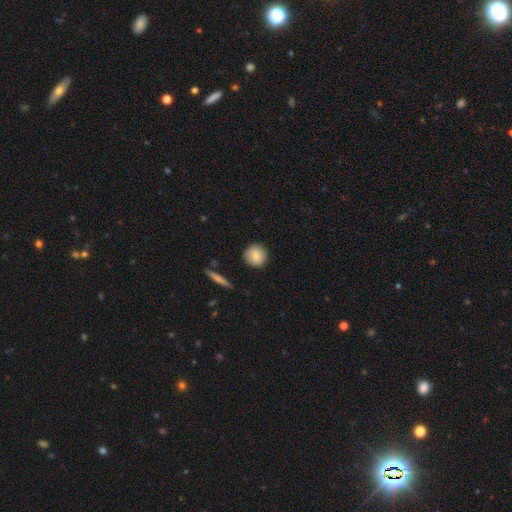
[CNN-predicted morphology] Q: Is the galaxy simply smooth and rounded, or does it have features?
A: smooth — 86%.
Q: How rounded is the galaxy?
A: round — 94%.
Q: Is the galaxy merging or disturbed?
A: none — 91%.